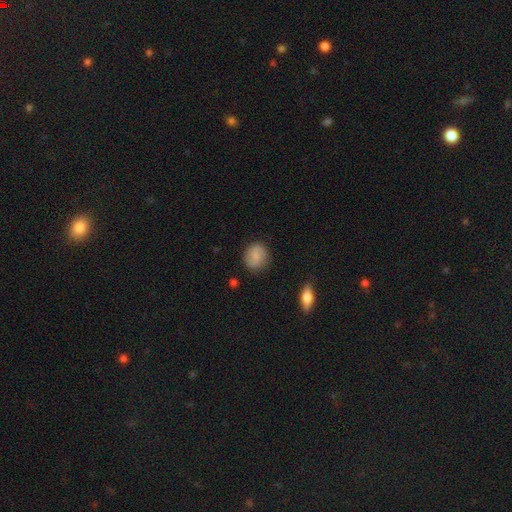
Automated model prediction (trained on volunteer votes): A smooth galaxy with no disk features (57%) that is round (74%). Merging: none (83%).